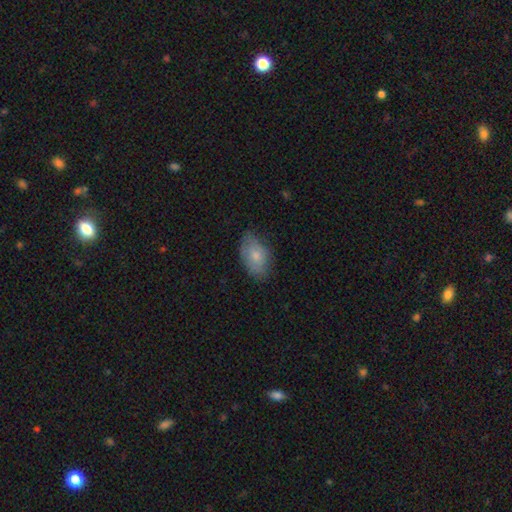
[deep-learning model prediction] Smooth or featured: smooth — 70% (featured or disk — 23%)
How rounded: in between — 92% (round — 7%)
Merging: none — 71% (minor disturbance — 23%)